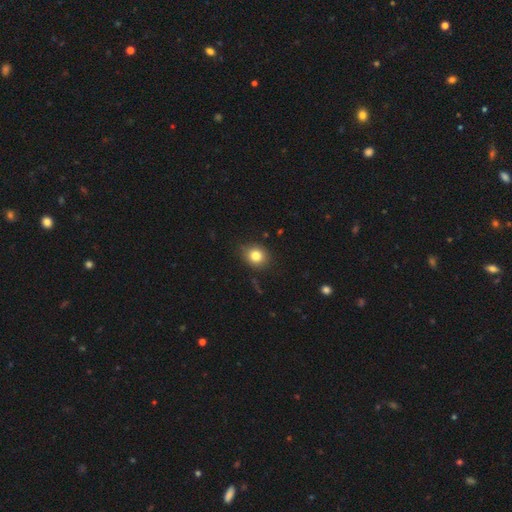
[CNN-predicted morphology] Smooth or featured? smooth (81%)
How rounded? round (72%)
Merging? none (80%)